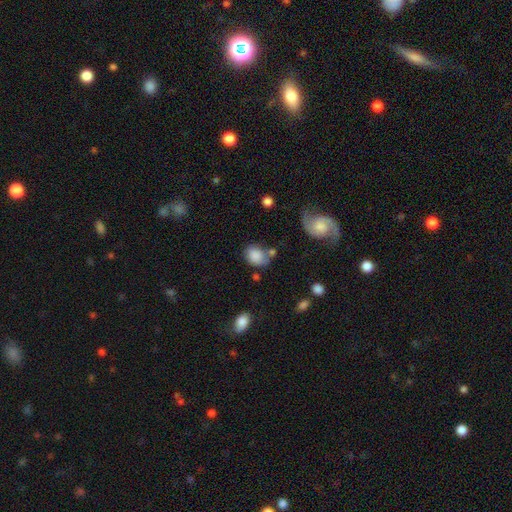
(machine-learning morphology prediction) A smooth galaxy with no disk features (82%) that is in between round and cigar-shaped (56%).

Vote fractions:
- Smooth or featured? smooth: 82% / featured or disk: 10% / star or artifact: 8%
- How rounded? in between: 56% / round: 43% / cigar-shaped: 1%
- Merging? none: 49% / minor disturbance: 25% / merger: 15% / major disturbance: 11%